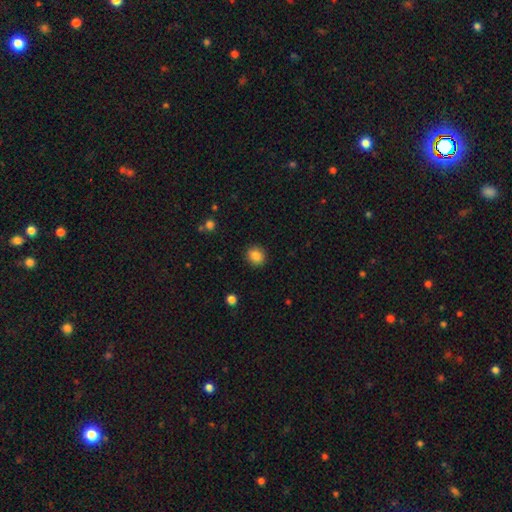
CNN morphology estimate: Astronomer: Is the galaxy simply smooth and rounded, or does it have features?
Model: smooth — 86%.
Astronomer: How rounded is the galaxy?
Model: round — 79%.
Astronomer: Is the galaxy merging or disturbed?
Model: none — 90%.